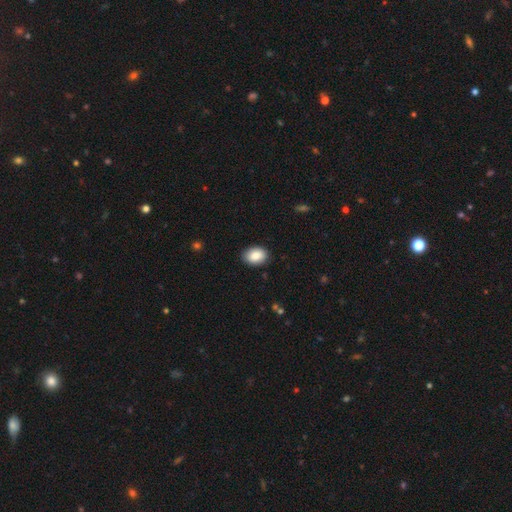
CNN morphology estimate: Smooth or featured? smooth (88%)
How rounded? in between (79%)
Merging? none (88%)